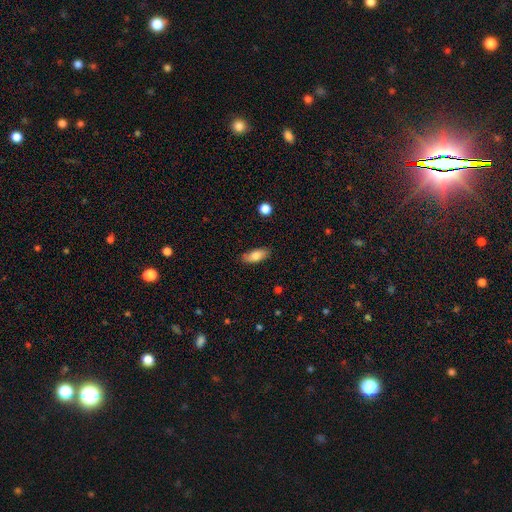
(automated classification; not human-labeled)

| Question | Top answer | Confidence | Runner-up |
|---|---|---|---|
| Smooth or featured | smooth | 79% | featured or disk (15%) |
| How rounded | in between | 80% | cigar-shaped (17%) |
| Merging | none | 84% | minor disturbance (12%) |